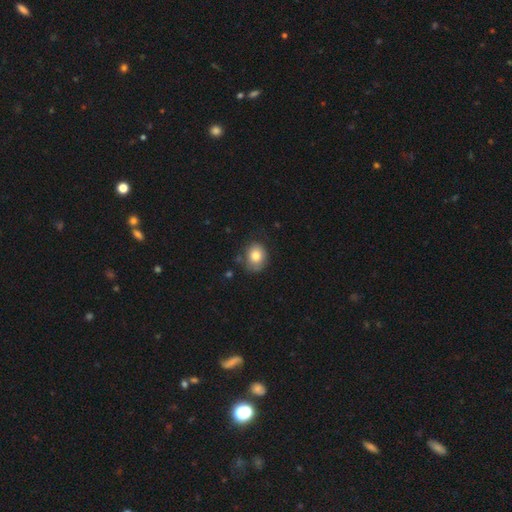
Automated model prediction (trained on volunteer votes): Q: Smooth or featured?
A: smooth (79%); runner-up: featured or disk (12%)
Q: How rounded?
A: round (58%); runner-up: in between (42%)
Q: Merging?
A: none (72%); runner-up: minor disturbance (21%)